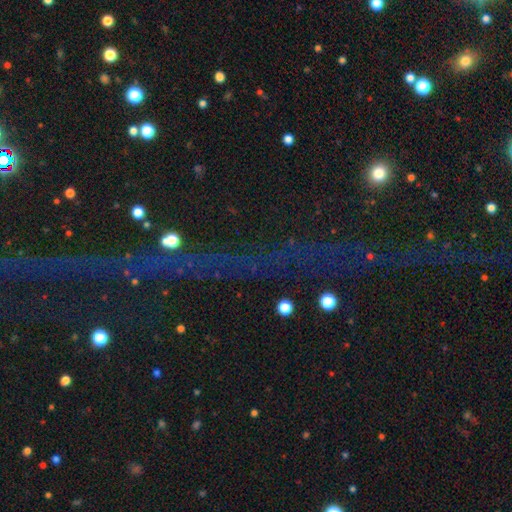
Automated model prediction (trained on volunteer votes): Overall: star or artifact (72%).